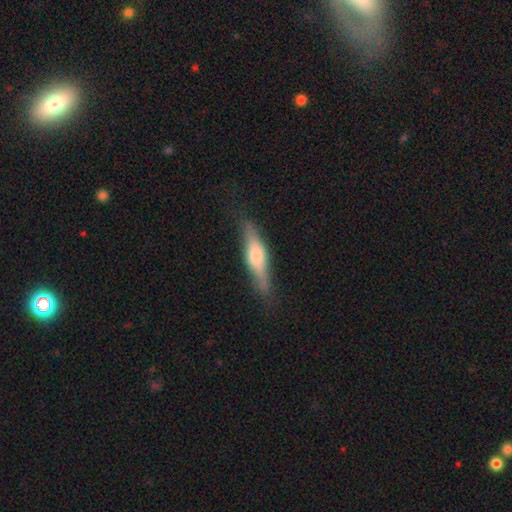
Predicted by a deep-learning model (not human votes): Overall: featured or disk (56%; smooth 38%). Edge-on disk: yes (92%). Edge-on bulge: rounded (79%). Merging: none (79%).